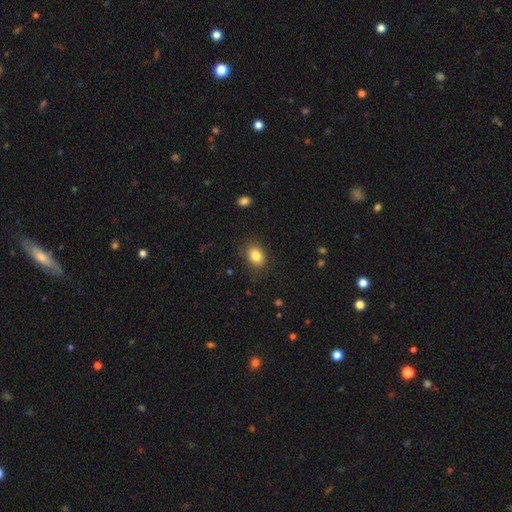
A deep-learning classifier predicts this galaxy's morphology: The model was most divided on "how rounded": in between: 68%, round: 31%, cigar-shaped: 1%. More confident: smooth or featured — smooth (85%); merging — none (83%).